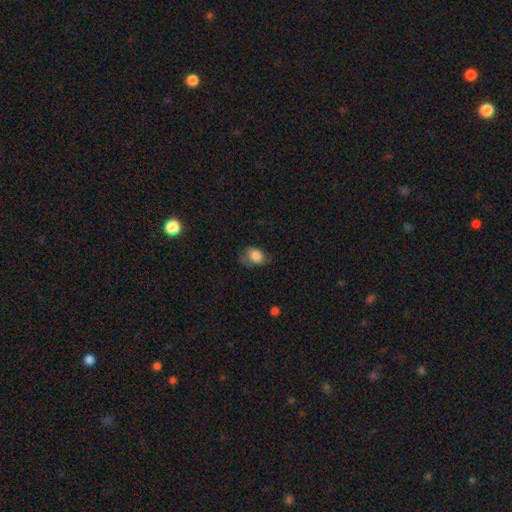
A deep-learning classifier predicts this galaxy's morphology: type=smooth (79%); roundness=in between (79%); merging=none (47%).